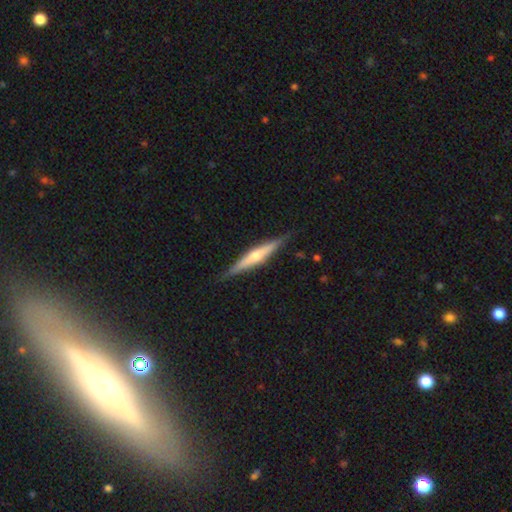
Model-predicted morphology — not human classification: Smooth or featured? featured or disk (64%)
Edge-on disk? yes (97%)
Edge-on bulge? rounded (78%)
Merging? none (87%)